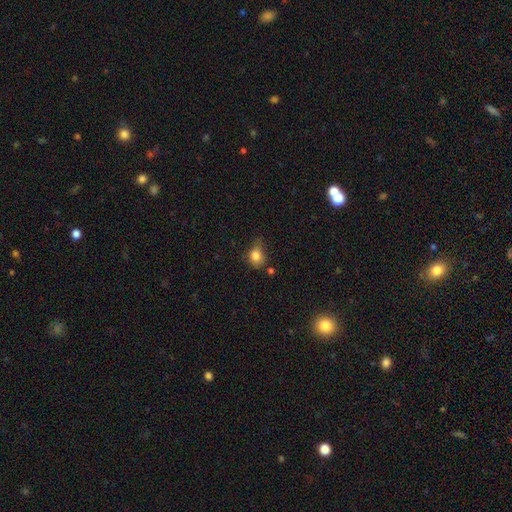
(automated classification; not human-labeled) smooth_or_featured: smooth (p=0.82) [alt: star or artifact p=0.11]
how_rounded: round (p=0.60) [alt: in between p=0.39]
merging: none (p=0.53) [alt: minor disturbance p=0.32]